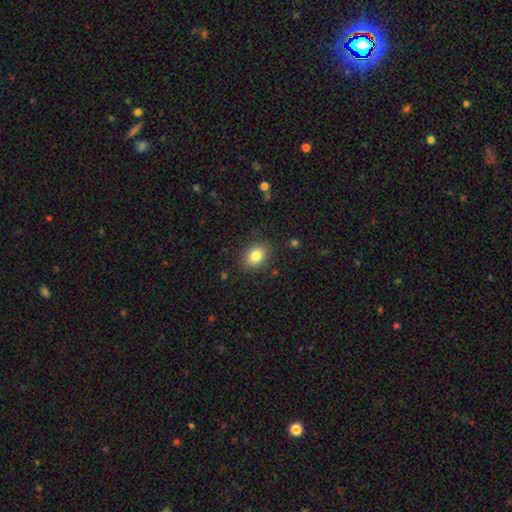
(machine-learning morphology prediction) The model was most divided on "how rounded": in between: 59%, round: 40%, cigar-shaped: 1%. More confident: merging — none (86%); smooth or featured — smooth (83%).